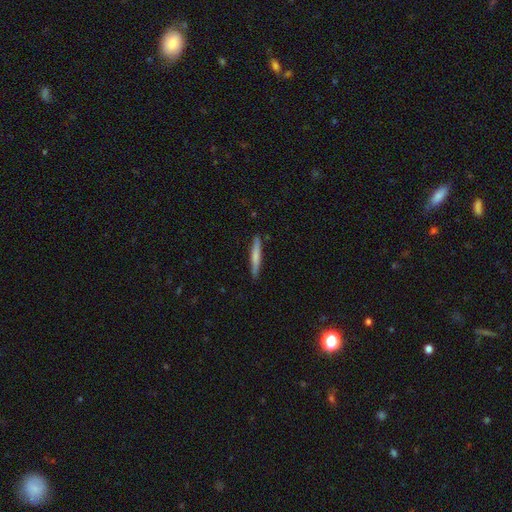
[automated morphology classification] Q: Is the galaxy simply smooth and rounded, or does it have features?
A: smooth — 63%.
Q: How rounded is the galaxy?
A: cigar-shaped — 95%.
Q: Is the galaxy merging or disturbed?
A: none — 89%.